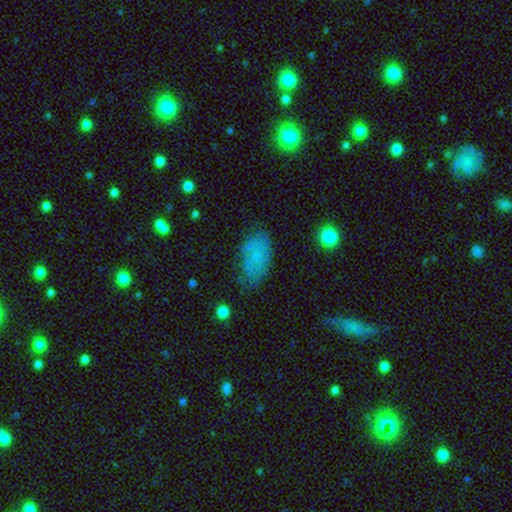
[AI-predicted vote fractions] smooth-or-featured: smooth: 68% | featured or disk: 21% | star or artifact: 11%
  how-rounded: in between: 93% | round: 4% | cigar-shaped: 3%
  merging: none: 66% | minor disturbance: 24% | major disturbance: 8% | merger: 2%